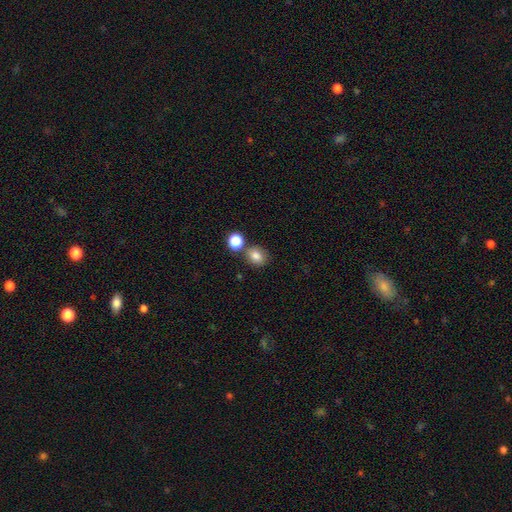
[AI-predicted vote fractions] Q: Smooth or featured?
A: smooth (82%); runner-up: star or artifact (12%)
Q: How rounded?
A: round (62%); runner-up: in between (37%)
Q: Merging?
A: none (70%); runner-up: merger (15%)